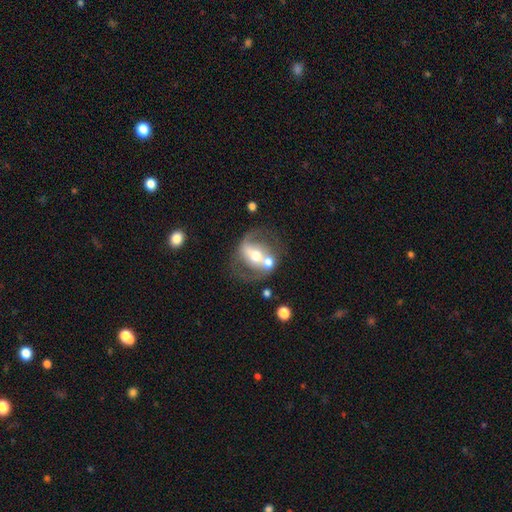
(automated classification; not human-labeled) The model was most divided on "bar": strong: 38%, no: 31%, weak: 31%. Remaining: edge-on disk — no (95%); spiral arm count — 2 (83%); spiral arms — yes (73%); smooth or featured — featured or disk (73%); bulge size — moderate (67%); merging — none (47%); spiral winding — medium (47%).